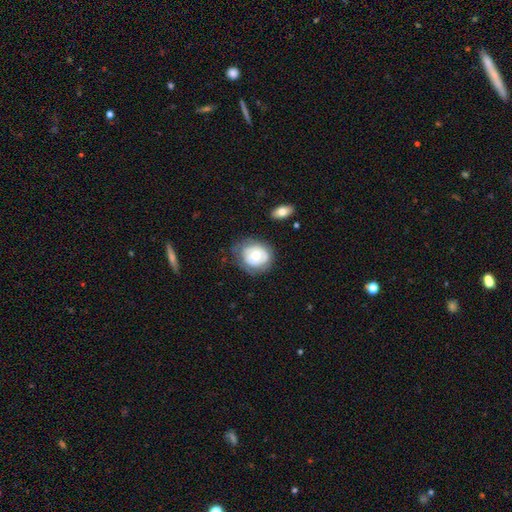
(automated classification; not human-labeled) A featured or disk galaxy (48%).

Vote fractions:
- Smooth or featured? featured or disk: 48% / smooth: 45% / star or artifact: 7%
- Merging? none: 59% / minor disturbance: 26% / major disturbance: 13% / merger: 2%